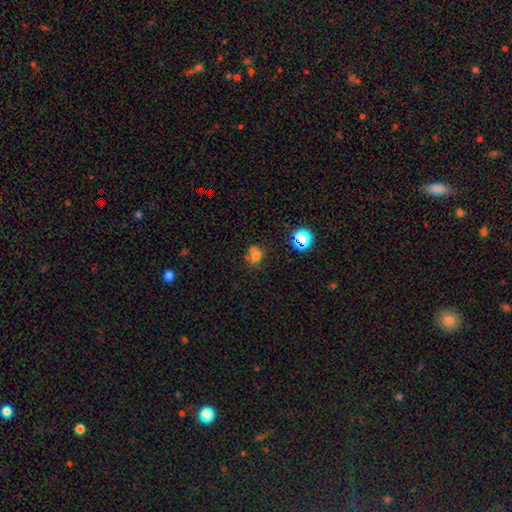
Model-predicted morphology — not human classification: Smooth or featured?
  - smooth: 66% *
  - star or artifact: 20%
  - featured or disk: 14%
How rounded?
  - round: 64% *
  - in between: 35%
  - cigar-shaped: 1%
Merging?
  - none: 43% *
  - merger: 36%
  - minor disturbance: 14%
  - major disturbance: 7%